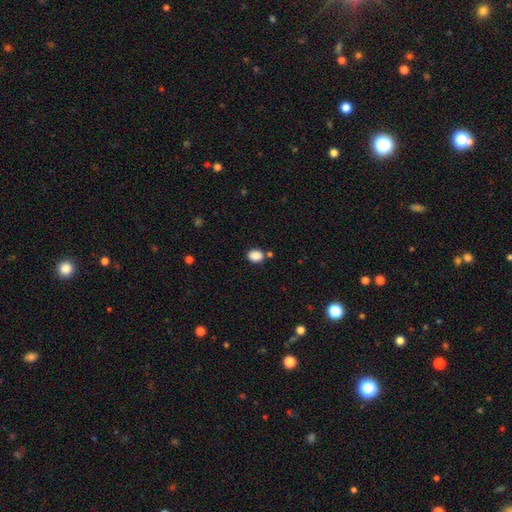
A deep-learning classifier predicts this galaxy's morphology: smooth_or_featured: smooth (p=0.87) [alt: star or artifact p=0.09]
how_rounded: in between (p=0.59) [alt: round p=0.40]
merging: none (p=0.75) [alt: minor disturbance p=0.13]